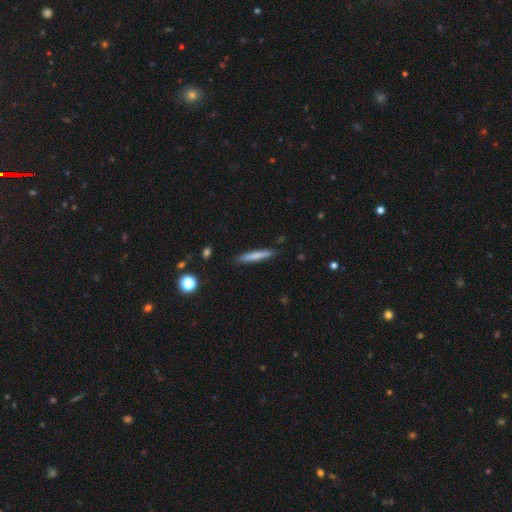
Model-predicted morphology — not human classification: Smooth or featured? Predicted: smooth (p=0.70). How rounded? Predicted: cigar-shaped (p=0.94). Merging? Predicted: none (p=0.88).